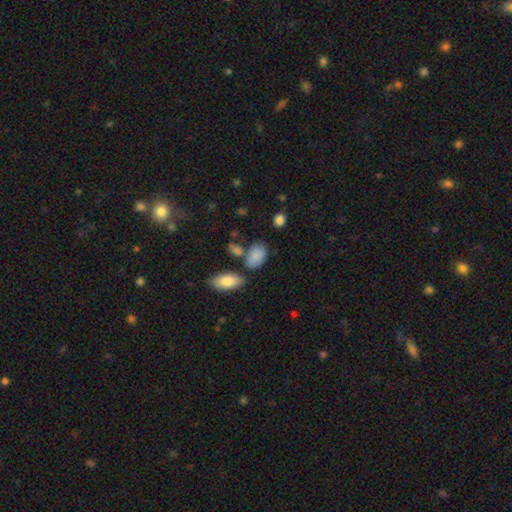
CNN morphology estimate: type=smooth (86%); roundness=in between (89%); merging=none (57%).